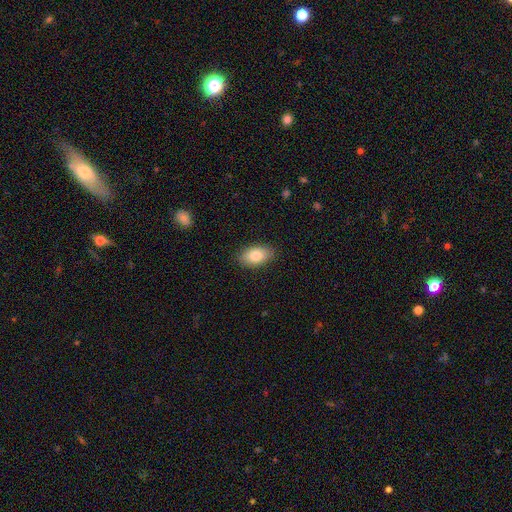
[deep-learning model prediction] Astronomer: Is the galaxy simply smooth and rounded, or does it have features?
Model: smooth — 82%.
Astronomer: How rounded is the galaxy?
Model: in between — 91%.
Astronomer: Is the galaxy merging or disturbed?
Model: none — 88%.